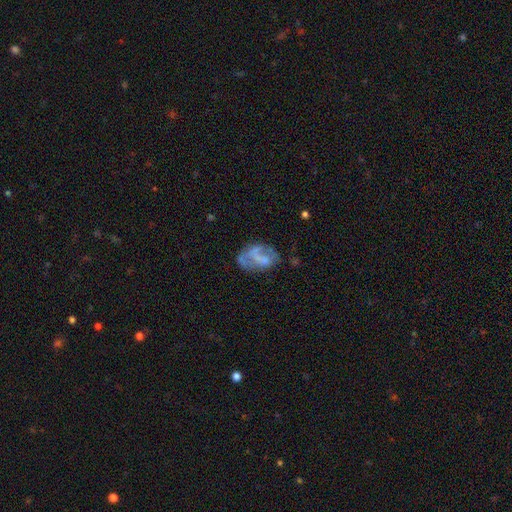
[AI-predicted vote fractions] Smooth or featured? Predicted: featured or disk (p=0.54). Edge-on disk? Predicted: no (p=0.97). Bar? Predicted: no (p=0.73). Spiral arms? Predicted: no (p=0.69). Bulge size? Predicted: none (p=0.61). Merging? Predicted: none (p=0.40).